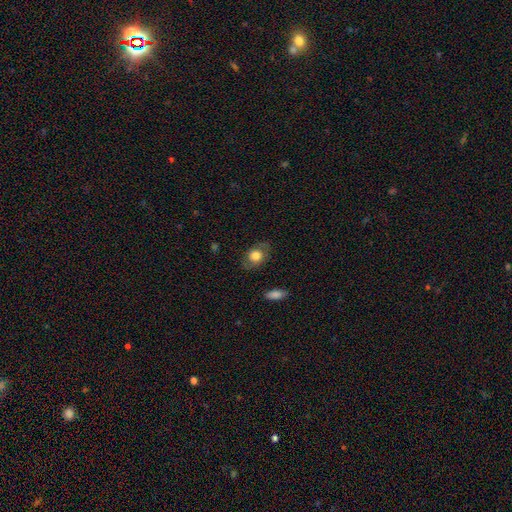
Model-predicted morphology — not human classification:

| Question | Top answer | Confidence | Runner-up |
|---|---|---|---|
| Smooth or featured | smooth | 69% | featured or disk (23%) |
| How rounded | in between | 60% | round (38%) |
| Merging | none | 75% | minor disturbance (17%) |